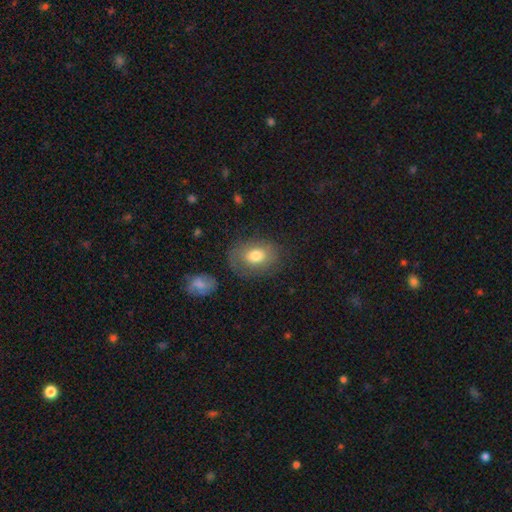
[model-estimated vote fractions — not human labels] Smooth or featured?
  - smooth: 68% *
  - featured or disk: 24%
  - star or artifact: 9%
How rounded?
  - in between: 71% *
  - round: 28%
  - cigar-shaped: 1%
Merging?
  - none: 68% *
  - minor disturbance: 19%
  - major disturbance: 10%
  - merger: 3%